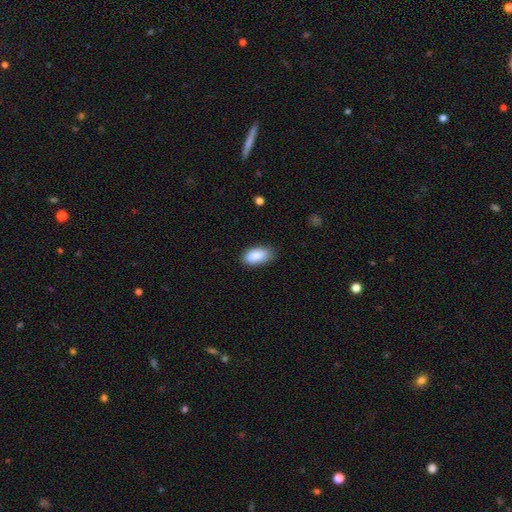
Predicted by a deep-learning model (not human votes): Smooth or featured?
  - smooth: 89% *
  - star or artifact: 6%
  - featured or disk: 5%
How rounded?
  - in between: 94% *
  - cigar-shaped: 3%
  - round: 3%
Merging?
  - none: 79% *
  - minor disturbance: 17%
  - major disturbance: 3%
  - merger: 1%